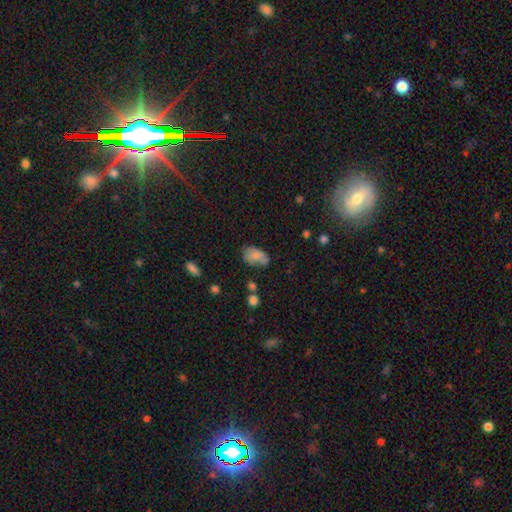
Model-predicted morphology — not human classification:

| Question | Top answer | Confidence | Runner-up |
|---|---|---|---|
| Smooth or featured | smooth | 73% | featured or disk (17%) |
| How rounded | in between | 87% | round (11%) |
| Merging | none | 46% | minor disturbance (28%) |